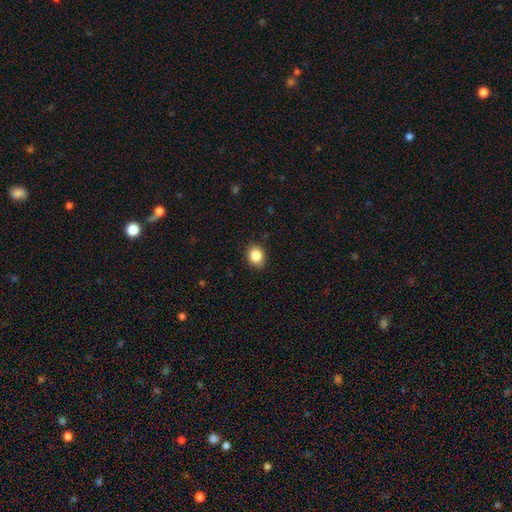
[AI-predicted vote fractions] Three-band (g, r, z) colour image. It shows a smooth galaxy with no disk features (86%) that is round (51%). Merging: none (88%).